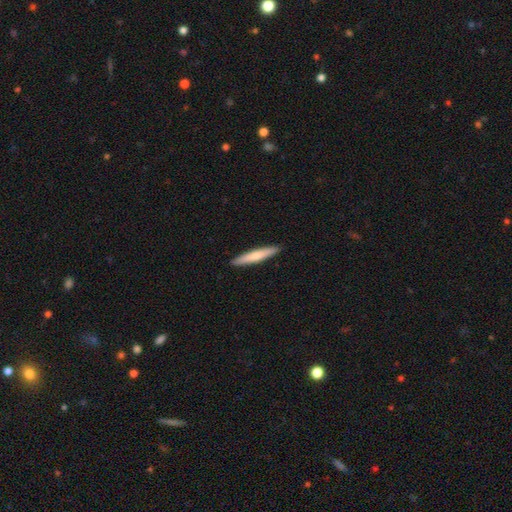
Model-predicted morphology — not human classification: Smooth or featured? smooth (68%)
How rounded? cigar-shaped (93%)
Merging? none (92%)